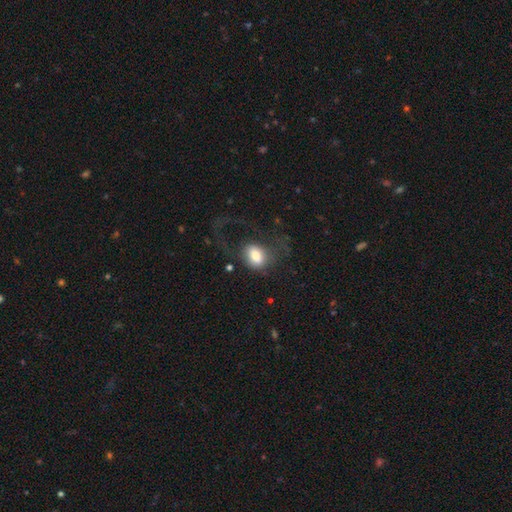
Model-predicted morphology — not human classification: Smooth or featured? smooth (70%)
How rounded? in between (72%)
Merging? major disturbance (53%)